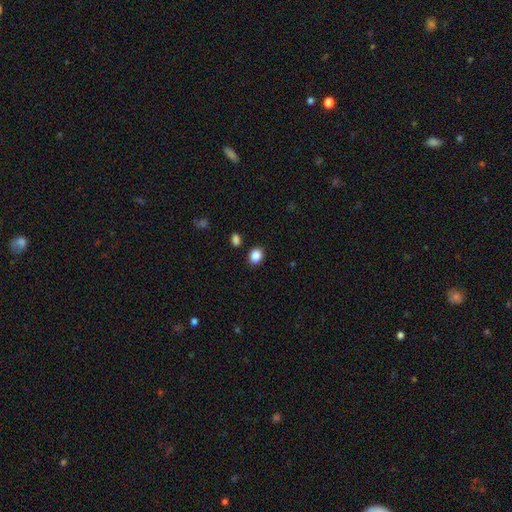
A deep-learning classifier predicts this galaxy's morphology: This is clearly a smooth galaxy (86%). How rounded: possibly round (51%). Merging: clearly none (86%).